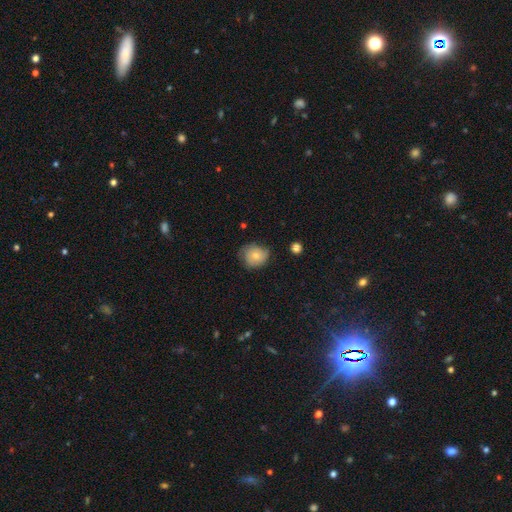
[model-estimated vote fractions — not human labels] smooth-or-featured: smooth: 69% | featured or disk: 23% | star or artifact: 8%
  how-rounded: round: 78% | in between: 21% | cigar-shaped: 1%
  merging: none: 62% | minor disturbance: 30% | major disturbance: 7% | merger: 1%